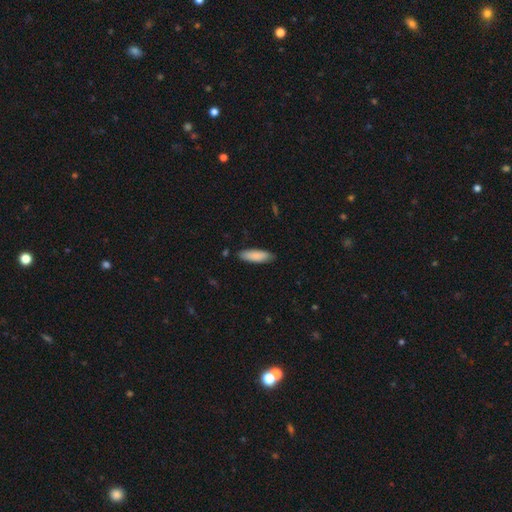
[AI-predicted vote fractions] smooth_or_featured: smooth (p=0.86) [alt: featured or disk p=0.08]
how_rounded: in between (p=0.52) [alt: cigar-shaped p=0.47]
merging: none (p=0.84) [alt: minor disturbance p=0.13]